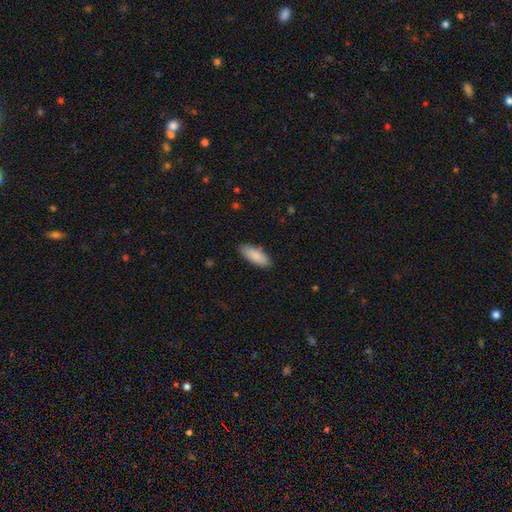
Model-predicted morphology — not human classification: smooth-or-featured: smooth: 88% | featured or disk: 7% | star or artifact: 6%
  how-rounded: in between: 77% | cigar-shaped: 21% | round: 2%
  merging: none: 87% | minor disturbance: 10% | major disturbance: 2% | merger: 1%